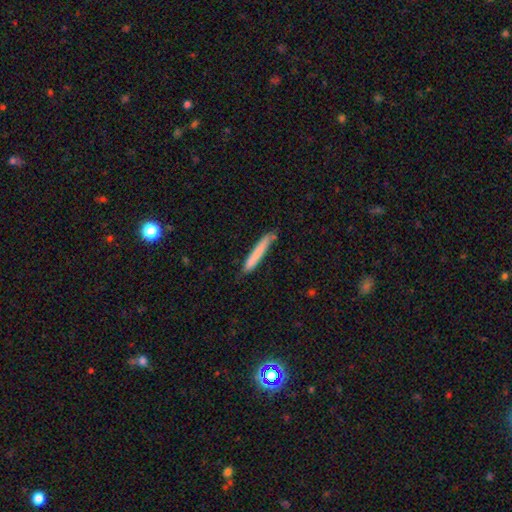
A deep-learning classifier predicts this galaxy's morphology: Overall: smooth (76%). How rounded: cigar-shaped (95%). Merging: none (76%).